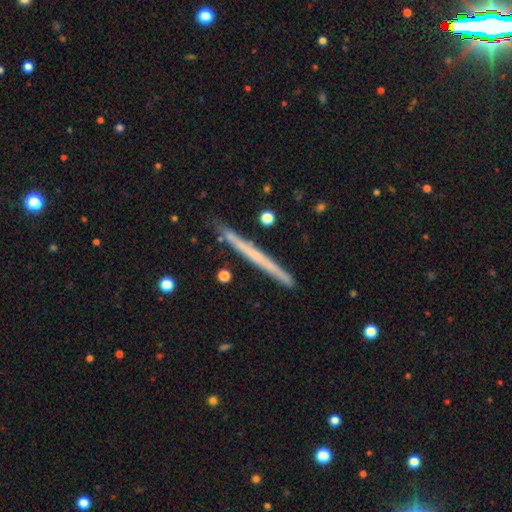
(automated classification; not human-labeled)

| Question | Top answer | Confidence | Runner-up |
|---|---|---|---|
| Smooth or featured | featured or disk | 52% | smooth (42%) |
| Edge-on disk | yes | 97% | no (3%) |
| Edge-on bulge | none | 87% | rounded (9%) |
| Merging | none | 88% | minor disturbance (9%) |